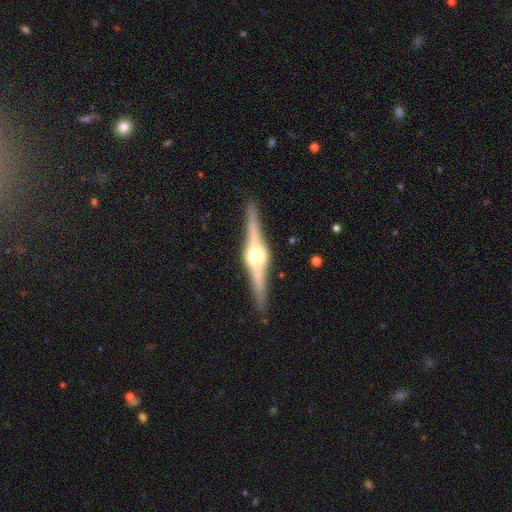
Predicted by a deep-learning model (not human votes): Morphology: type=featured or disk (84%); edge-on=yes (98%); edge-on bulge=rounded (87%); merging=none (88%).